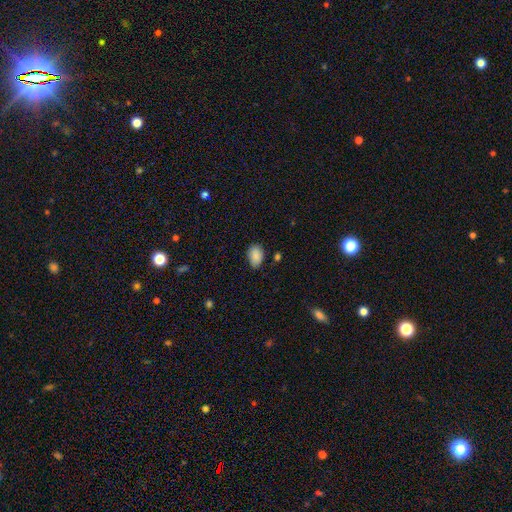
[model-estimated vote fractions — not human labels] Smooth or featured?
  - smooth: 88% *
  - star or artifact: 8%
  - featured or disk: 5%
How rounded?
  - in between: 86% *
  - round: 13%
  - cigar-shaped: 1%
Merging?
  - none: 77% *
  - minor disturbance: 17%
  - major disturbance: 3%
  - merger: 2%